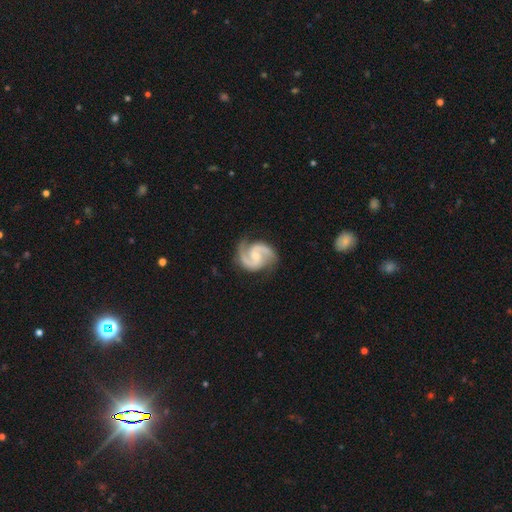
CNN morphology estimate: A featured or disk galaxy (93%) with no bar (46%), 2 (94%) medium (64%) spiral arms (99%) and a small central bulge (54%). Merging: none (81%).